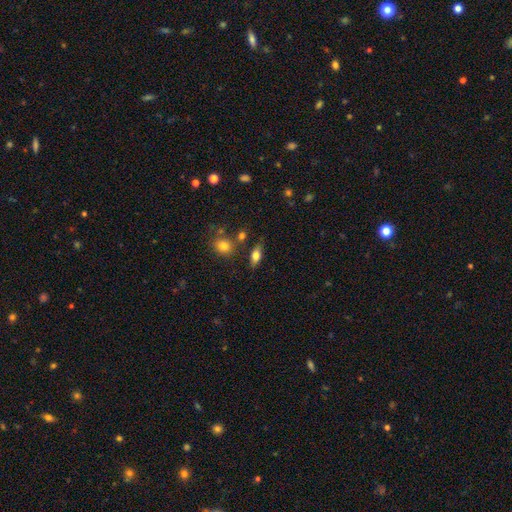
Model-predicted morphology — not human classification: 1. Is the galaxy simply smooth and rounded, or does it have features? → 71% smooth, 20% featured or disk, 9% star or artifact.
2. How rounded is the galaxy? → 78% in between, 15% cigar-shaped, 7% round.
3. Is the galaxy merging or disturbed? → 77% none, 13% minor disturbance, 6% merger, 4% major disturbance.